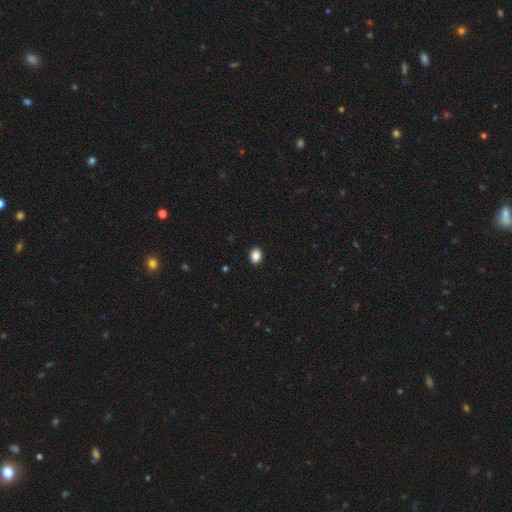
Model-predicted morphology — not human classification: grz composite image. It shows a smooth galaxy with no disk features (87%) that is in between round and cigar-shaped (66%). Merging: none (92%).